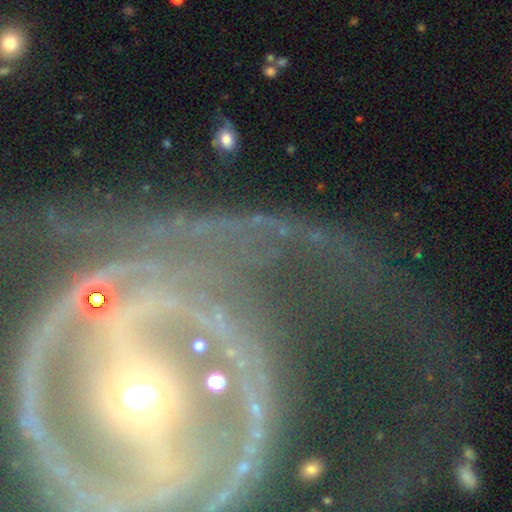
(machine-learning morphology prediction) smooth-or-featured: featured or disk: 82% | star or artifact: 11% | smooth: 7%
  disk-edge-on: no: 96% | yes: 4%
    bar: strong: 46% | no: 30% | weak: 25%
    has-spiral-arms: yes: 92% | no: 8%
      spiral-winding: tight: 41% | medium: 40% | loose: 19%
      spiral-arm-count: 2: 49% | can't tell: 15% | 3: 12% | 1: 8% | 4: 8% | more than 4: 8%
    bulge-size: small: 50% | moderate: 41% | large: 4% | none: 2% | dominant: 2%
  merging: none: 56% | major disturbance: 21% | minor disturbance: 16% | merger: 7%